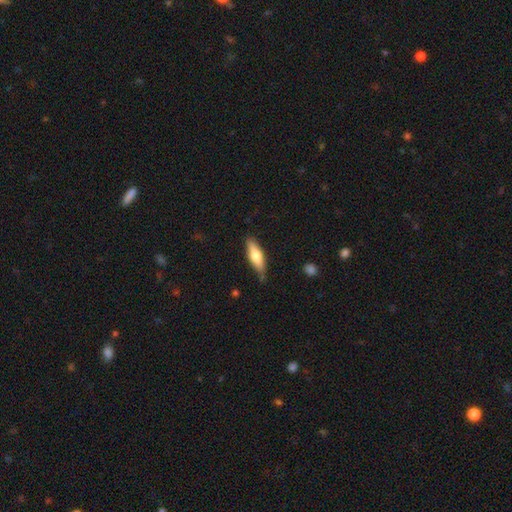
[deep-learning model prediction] Smooth or featured: smooth — 64% (featured or disk — 31%)
How rounded: cigar-shaped — 51% (in between — 47%)
Merging: none — 78% (minor disturbance — 17%)